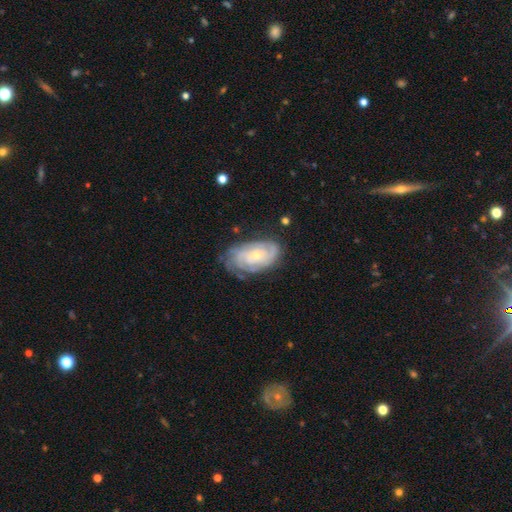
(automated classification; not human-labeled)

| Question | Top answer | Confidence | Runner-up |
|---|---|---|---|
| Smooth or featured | featured or disk | 78% | smooth (16%) |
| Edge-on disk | no | 96% | yes (4%) |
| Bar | no | 76% | weak (21%) |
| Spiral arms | yes | 93% | no (7%) |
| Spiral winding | tight | 70% | medium (23%) |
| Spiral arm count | can't tell | 44% | 2 (17%) |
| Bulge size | small | 67% | moderate (30%) |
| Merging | none | 67% | minor disturbance (23%) |